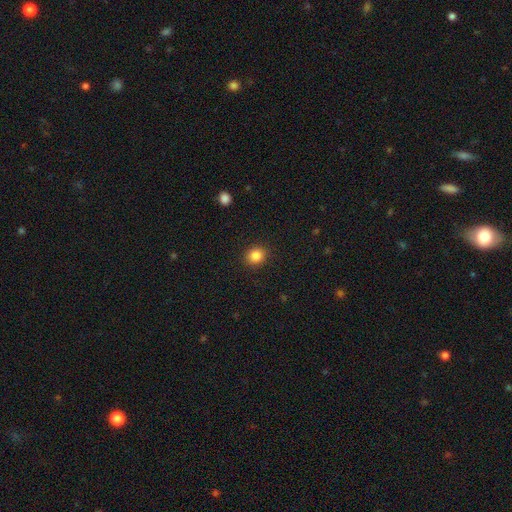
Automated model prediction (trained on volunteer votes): The model was most divided on "how rounded": round: 82%, in between: 17%, cigar-shaped: 1%. More confident: merging — none (91%); smooth or featured — smooth (85%).